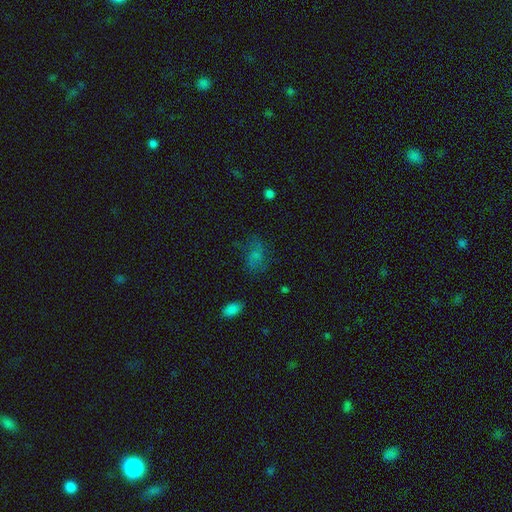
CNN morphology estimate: smooth-or-featured: smooth: 55% | featured or disk: 28% | star or artifact: 17%
  how-rounded: in between: 74% | round: 23% | cigar-shaped: 2%
  merging: none: 55% | minor disturbance: 24% | major disturbance: 18% | merger: 3%